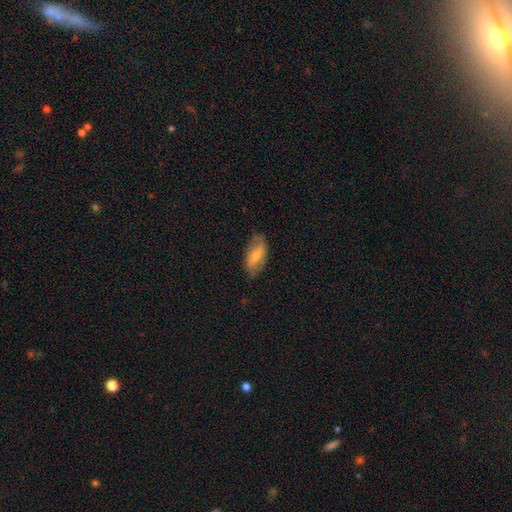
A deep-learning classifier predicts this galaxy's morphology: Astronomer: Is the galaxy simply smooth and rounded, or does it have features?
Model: smooth — 53% (runner-up: featured or disk, 40%).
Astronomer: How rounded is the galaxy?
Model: in between — 89%.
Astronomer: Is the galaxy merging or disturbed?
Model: none — 77%.